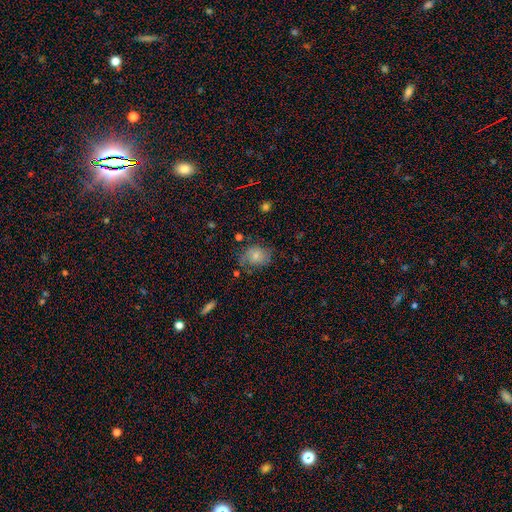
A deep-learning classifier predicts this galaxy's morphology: Smooth or featured?
  - smooth: 65% *
  - featured or disk: 24%
  - star or artifact: 10%
How rounded?
  - in between: 57% *
  - round: 42%
  - cigar-shaped: 1%
Merging?
  - none: 56% *
  - minor disturbance: 28%
  - major disturbance: 13%
  - merger: 3%